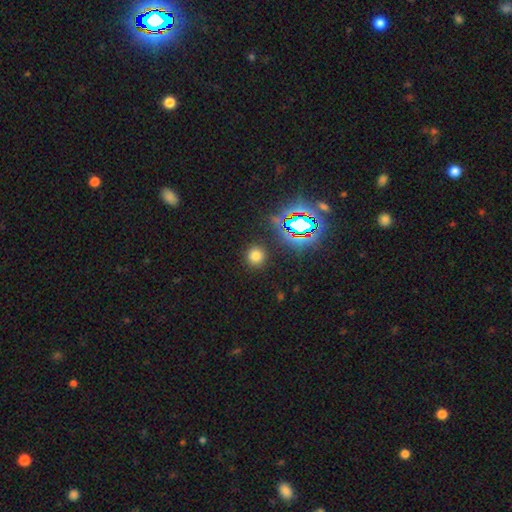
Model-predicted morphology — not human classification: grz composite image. It shows a smooth galaxy with no disk features (71%) that is round (92%). Merging: none (89%).